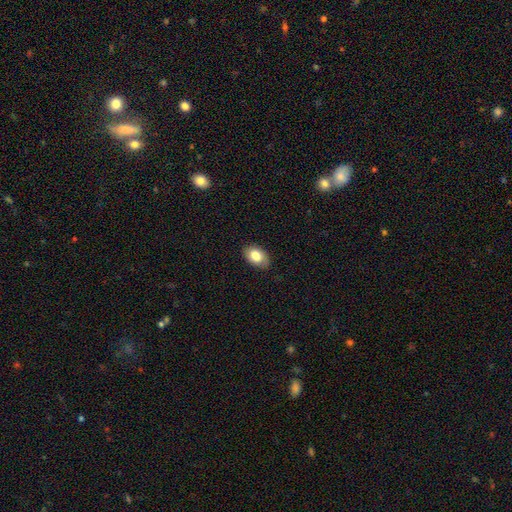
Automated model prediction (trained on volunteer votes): smooth-or-featured: smooth: 81% | featured or disk: 12% | star or artifact: 7%
  how-rounded: in between: 87% | round: 12% | cigar-shaped: 1%
  merging: none: 82% | minor disturbance: 15% | major disturbance: 3% | merger: 1%